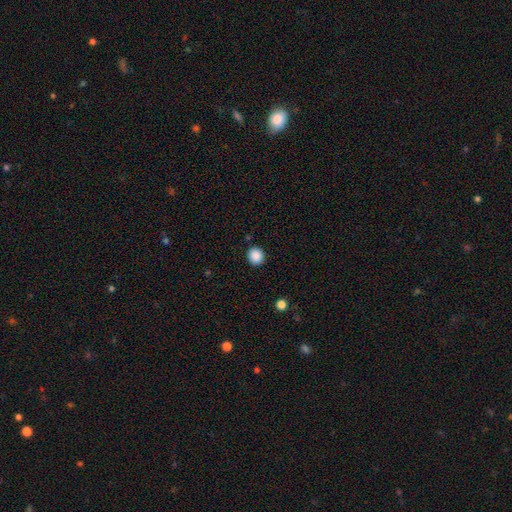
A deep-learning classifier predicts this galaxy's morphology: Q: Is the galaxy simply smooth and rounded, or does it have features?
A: smooth — 88%.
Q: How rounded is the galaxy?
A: round — 88%.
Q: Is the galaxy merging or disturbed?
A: none — 91%.